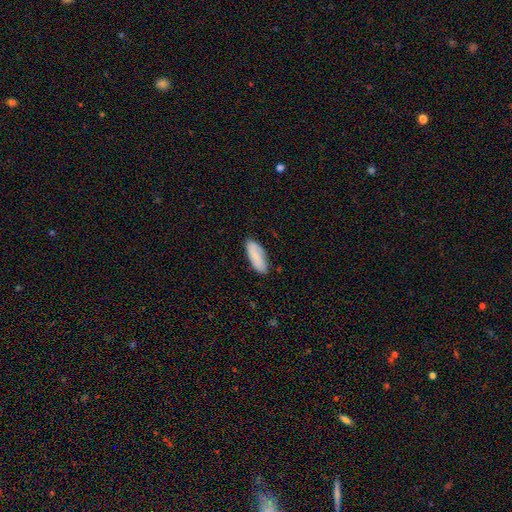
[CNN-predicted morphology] This is likely a smooth galaxy (78%). How rounded: likely in between (75%). Merging: clearly none (82%).